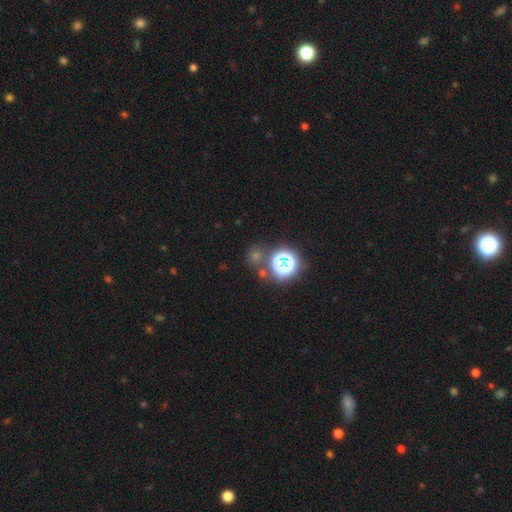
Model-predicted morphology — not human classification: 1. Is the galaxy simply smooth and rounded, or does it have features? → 54% star or artifact, 38% smooth, 8% featured or disk.